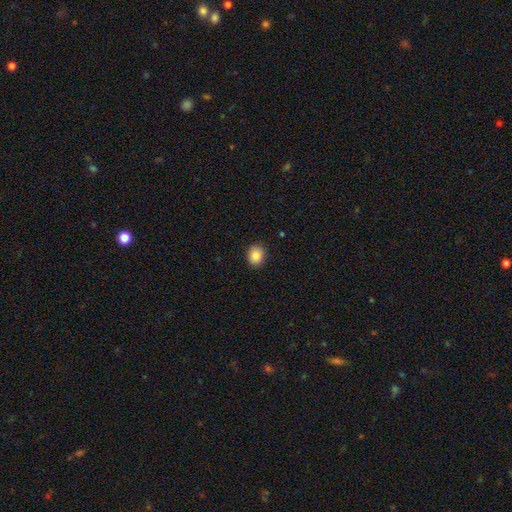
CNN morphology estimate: smooth 88%, star or artifact 9%, featured or disk 4%. Down the decision tree: how rounded — round (52%); merging — none (88%).